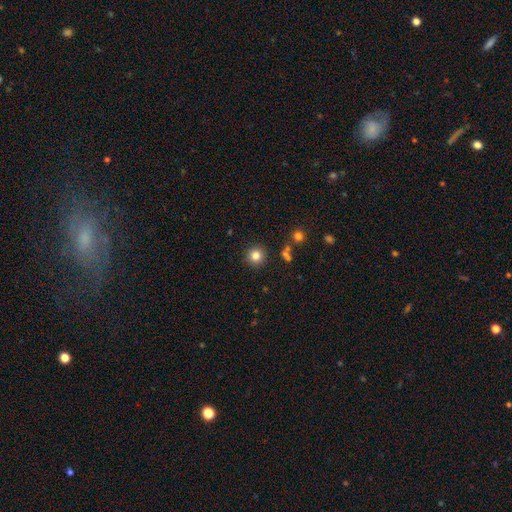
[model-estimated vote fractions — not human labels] Morphology: type=smooth (82%); roundness=round (94%); merging=none (89%).